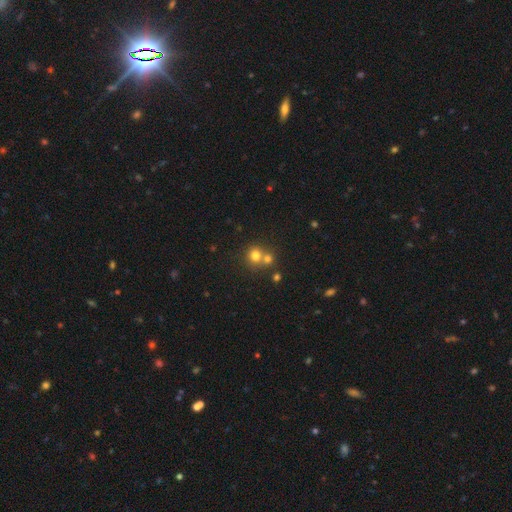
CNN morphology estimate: smooth-or-featured: smooth: 74% | star or artifact: 15% | featured or disk: 10%
  how-rounded: round: 88% | in between: 11% | cigar-shaped: 1%
  merging: none: 49% | merger: 43% | minor disturbance: 6% | major disturbance: 3%